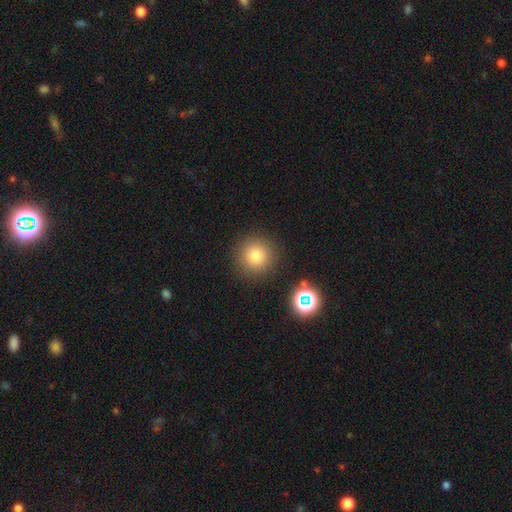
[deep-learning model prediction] smooth_or_featured: smooth (p=0.79) [alt: star or artifact p=0.14]
how_rounded: round (p=0.95) [alt: in between p=0.04]
merging: none (p=0.88) [alt: minor disturbance p=0.06]